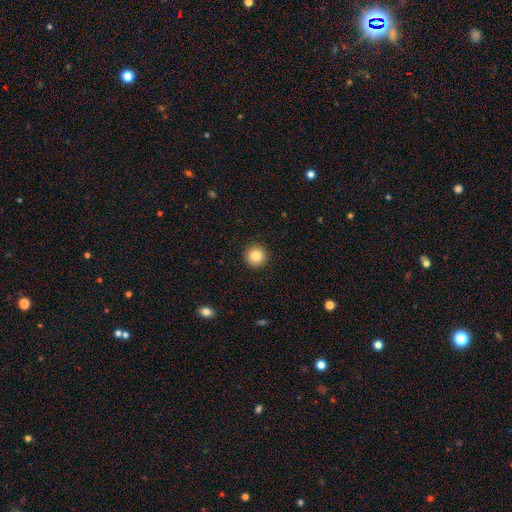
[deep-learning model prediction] This appears to be a smooth galaxy with no disk features (86%) that is round (96%). Merging: none (93%).